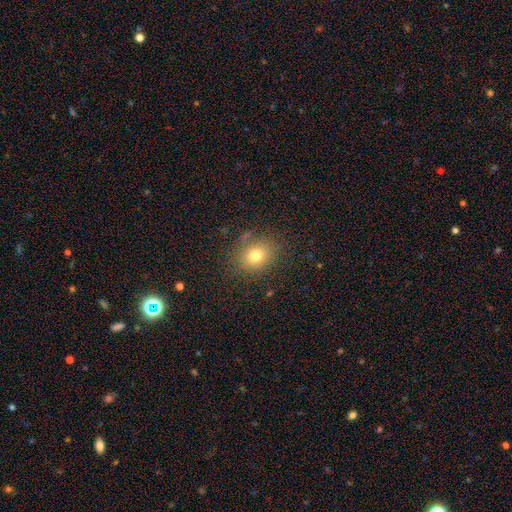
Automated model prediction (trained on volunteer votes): smooth-or-featured: smooth: 75% | star or artifact: 15% | featured or disk: 10%
  how-rounded: round: 56% | in between: 43% | cigar-shaped: 1%
  merging: none: 81% | minor disturbance: 12% | major disturbance: 4% | merger: 2%